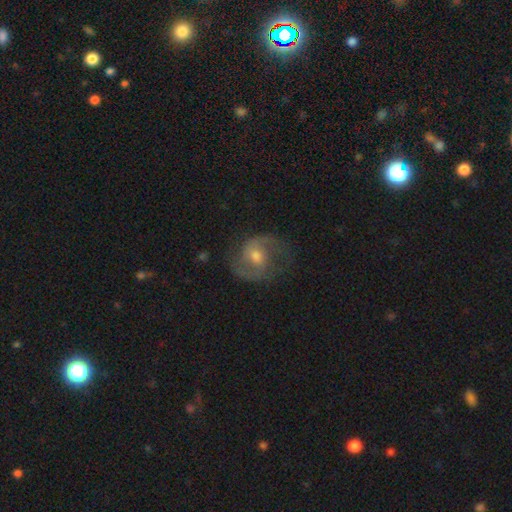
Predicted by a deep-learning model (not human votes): Smooth or featured? Predicted: featured or disk (p=0.79). Edge-on disk? Predicted: no (p=0.97). Bar? Predicted: no (p=0.47). Spiral arms? Predicted: yes (p=0.93). Spiral winding? Predicted: medium (p=0.56). Spiral arm count? Predicted: 2 (p=0.88). Bulge size? Predicted: moderate (p=0.63). Merging? Predicted: none (p=0.72).